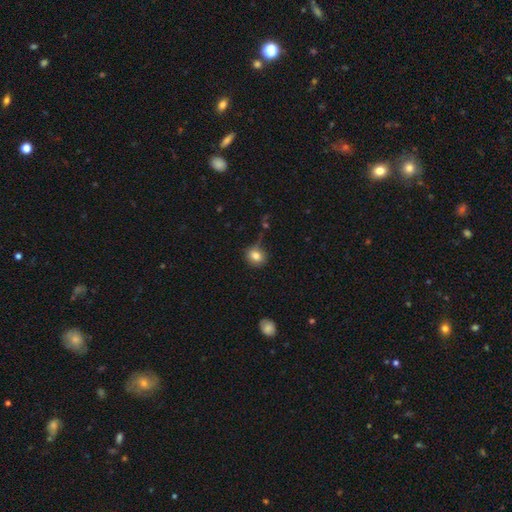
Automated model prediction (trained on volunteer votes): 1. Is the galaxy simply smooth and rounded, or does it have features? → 81% smooth, 11% star or artifact, 8% featured or disk.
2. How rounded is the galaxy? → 68% round, 31% in between, 1% cigar-shaped.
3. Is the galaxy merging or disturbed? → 67% none, 22% minor disturbance, 7% major disturbance, 4% merger.